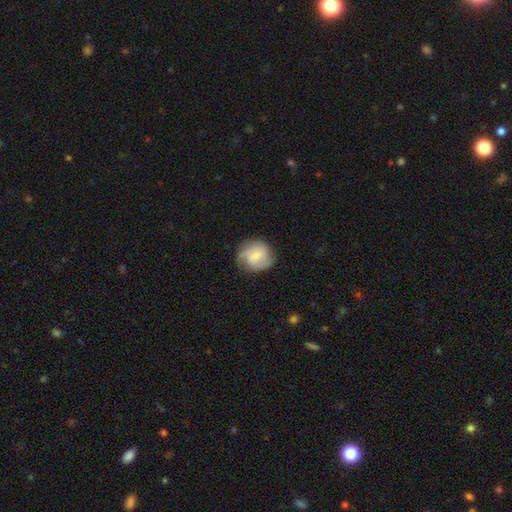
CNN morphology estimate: Q: Smooth or featured?
A: featured or disk (52%); runner-up: smooth (41%)
Q: Edge-on disk?
A: no (98%); runner-up: yes (2%)
Q: Bar?
A: weak (46%); runner-up: no (44%)
Q: Spiral arms?
A: yes (90%); runner-up: no (10%)
Q: Bulge size?
A: small (49%); runner-up: moderate (33%)
Q: Merging?
A: none (74%); runner-up: minor disturbance (19%)